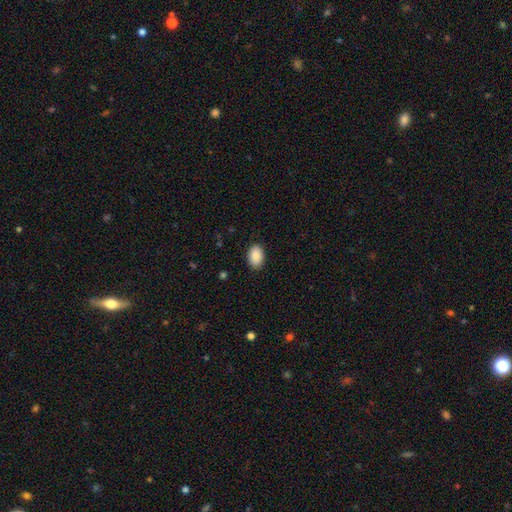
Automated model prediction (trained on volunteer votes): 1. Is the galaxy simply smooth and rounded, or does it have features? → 89% smooth, 7% star or artifact, 4% featured or disk.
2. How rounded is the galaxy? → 88% in between, 11% round, 1% cigar-shaped.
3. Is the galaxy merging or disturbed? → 89% none, 8% minor disturbance, 2% major disturbance, 1% merger.